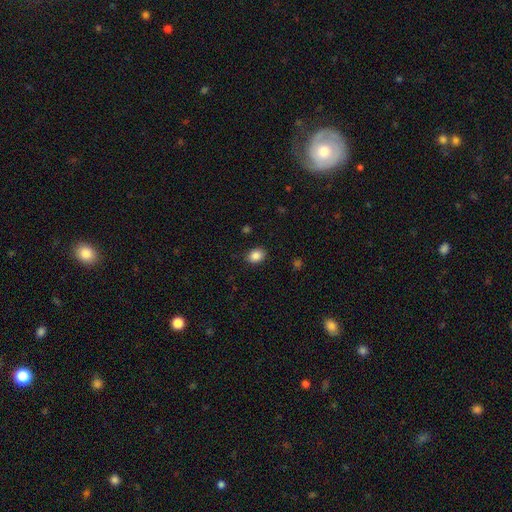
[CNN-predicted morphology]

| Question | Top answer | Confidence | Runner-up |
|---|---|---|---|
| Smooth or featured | smooth | 87% | star or artifact (9%) |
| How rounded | in between | 59% | round (40%) |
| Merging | none | 85% | minor disturbance (11%) |